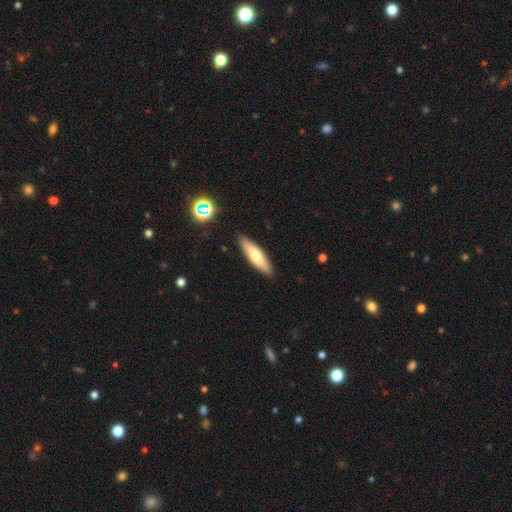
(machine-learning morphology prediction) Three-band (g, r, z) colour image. It shows a smooth galaxy with no disk features (68%) that is cigar-shaped (62%). Merging: none (89%).